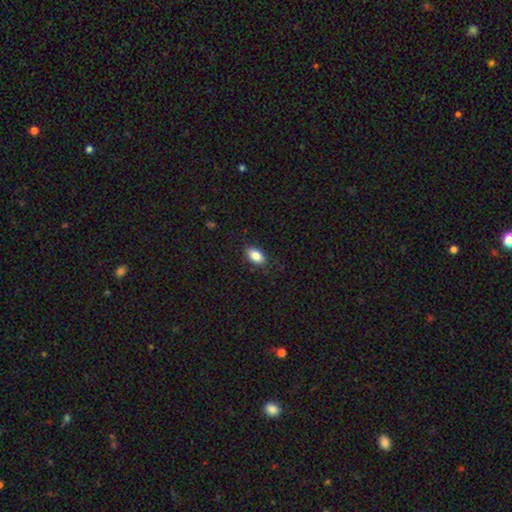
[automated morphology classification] Overall: smooth (85%). How rounded: in between (90%). Merging: none (84%).